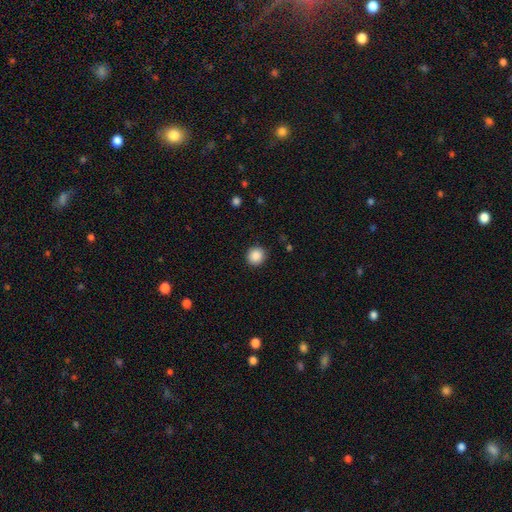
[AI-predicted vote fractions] This is clearly a smooth galaxy (88%). How rounded: clearly round (92%). Merging: clearly none (91%).